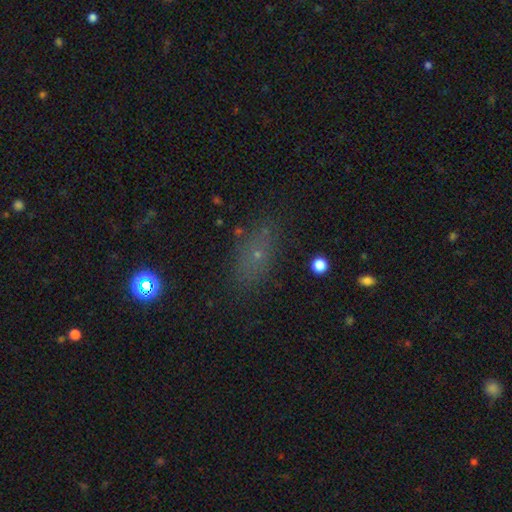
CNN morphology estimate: Q: Smooth or featured?
A: smooth (59%); runner-up: star or artifact (23%)
Q: How rounded?
A: in between (77%); runner-up: round (16%)
Q: Merging?
A: none (75%); runner-up: minor disturbance (16%)